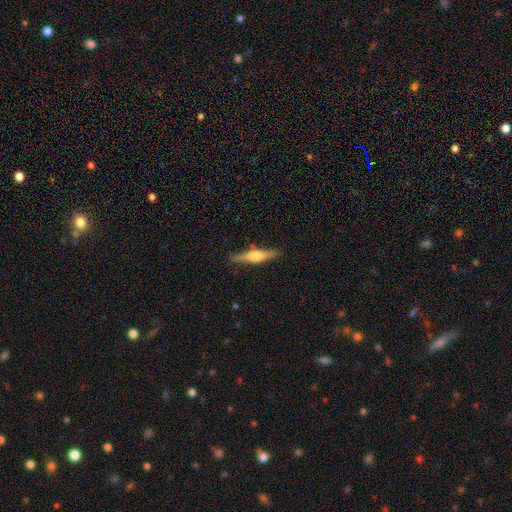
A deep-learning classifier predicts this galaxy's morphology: Smooth or featured? featured or disk (62%)
Edge-on disk? yes (97%)
Edge-on bulge? rounded (91%)
Merging? none (88%)